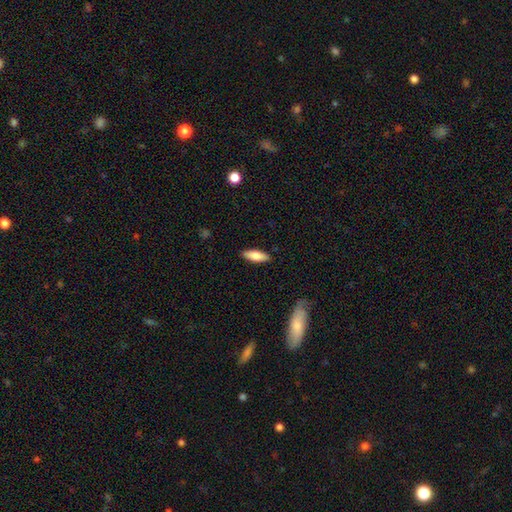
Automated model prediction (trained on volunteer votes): Morphology: type=smooth (80%); roundness=in between (63%); merging=none (88%).